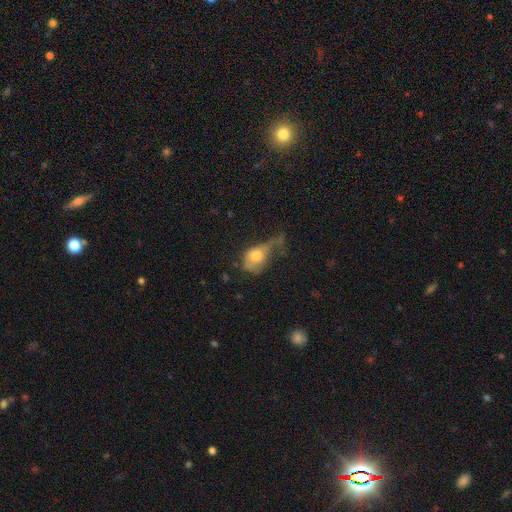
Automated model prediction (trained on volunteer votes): Smooth or featured: smooth — 66% (featured or disk — 25%)
How rounded: in between — 69% (round — 28%)
Merging: major disturbance — 50% (minor disturbance — 24%)